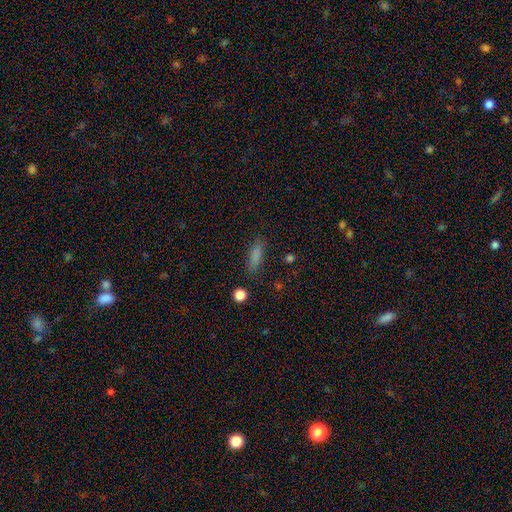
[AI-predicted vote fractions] Smooth or featured?
  - smooth: 82% *
  - star or artifact: 11%
  - featured or disk: 7%
How rounded?
  - cigar-shaped: 50% *
  - in between: 47%
  - round: 3%
Merging?
  - none: 82% *
  - minor disturbance: 13%
  - major disturbance: 4%
  - merger: 2%